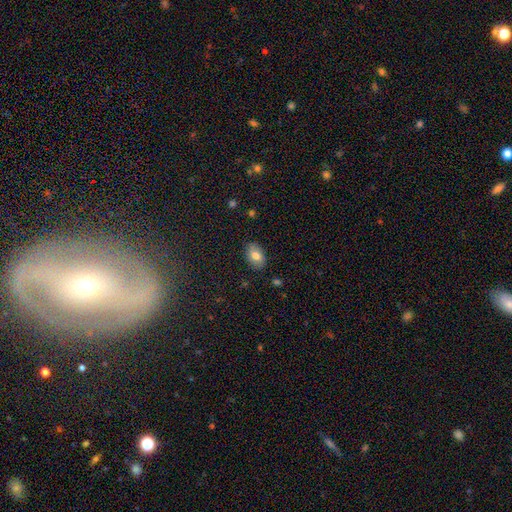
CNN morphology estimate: Smooth or featured: smooth — 76% (featured or disk — 16%)
How rounded: in between — 89% (round — 10%)
Merging: none — 84% (minor disturbance — 13%)